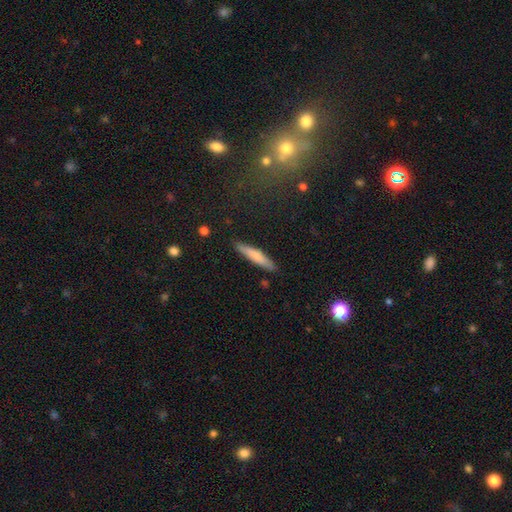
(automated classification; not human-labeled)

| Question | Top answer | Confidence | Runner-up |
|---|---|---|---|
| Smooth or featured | smooth | 68% | featured or disk (25%) |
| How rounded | cigar-shaped | 88% | in between (11%) |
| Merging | none | 88% | minor disturbance (9%) |